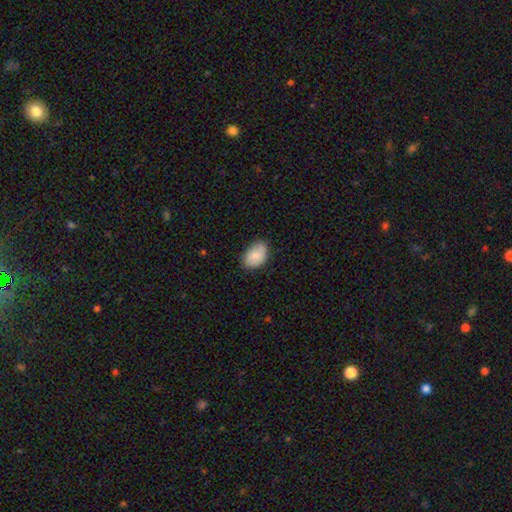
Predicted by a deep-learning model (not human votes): smooth-or-featured: smooth: 84% | featured or disk: 9% | star or artifact: 7%
  how-rounded: in between: 86% | round: 13% | cigar-shaped: 1%
  merging: none: 75% | minor disturbance: 21% | major disturbance: 3% | merger: 1%